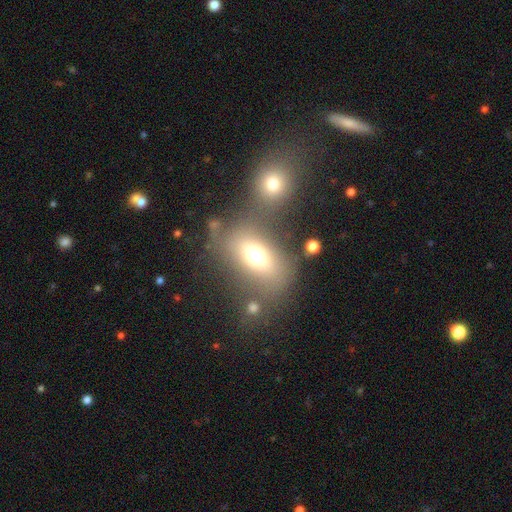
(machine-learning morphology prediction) This appears to be a smooth galaxy with no disk features (65%) that is in between round and cigar-shaped (72%). Merging: none (54%).